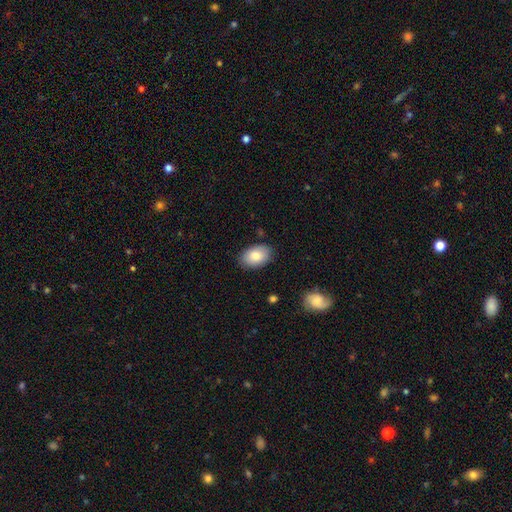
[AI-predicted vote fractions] smooth-or-featured: smooth: 81% | featured or disk: 12% | star or artifact: 7%
  how-rounded: in between: 89% | round: 10% | cigar-shaped: 1%
  merging: none: 84% | minor disturbance: 12% | major disturbance: 2% | merger: 1%